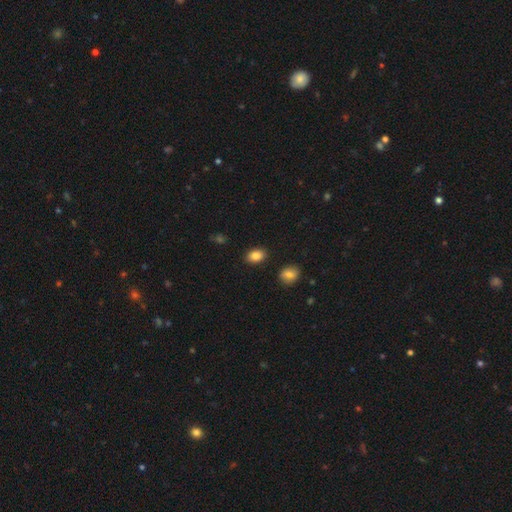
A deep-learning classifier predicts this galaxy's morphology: Smooth or featured? Predicted: smooth (p=0.86). How rounded? Predicted: in between (p=0.79). Merging? Predicted: none (p=0.88).